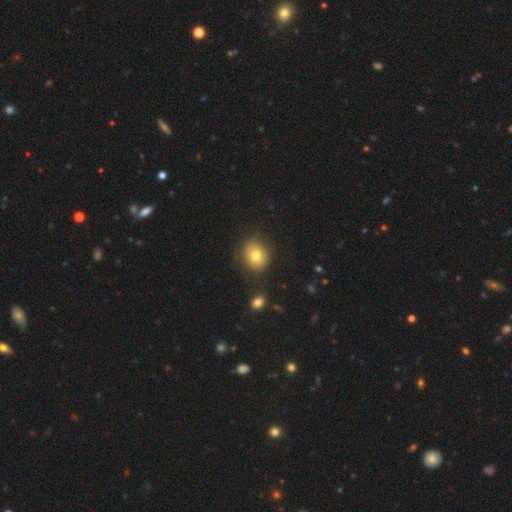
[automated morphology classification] This appears to be a smooth galaxy with no disk features (76%) that is round (63%). Merging: none (80%).